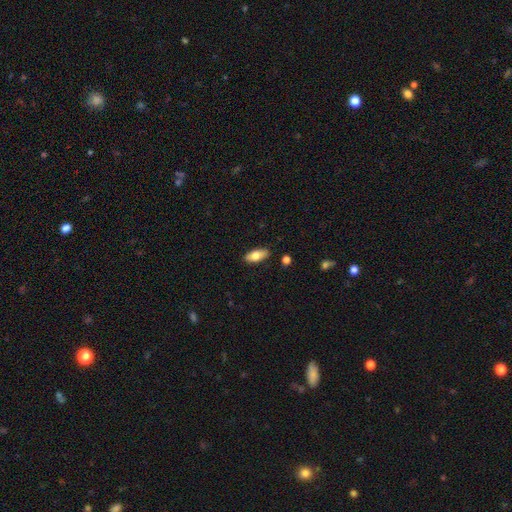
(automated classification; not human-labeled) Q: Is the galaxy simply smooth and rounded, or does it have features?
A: smooth — 74%.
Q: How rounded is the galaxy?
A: in between — 86%.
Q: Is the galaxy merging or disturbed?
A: none — 86%.